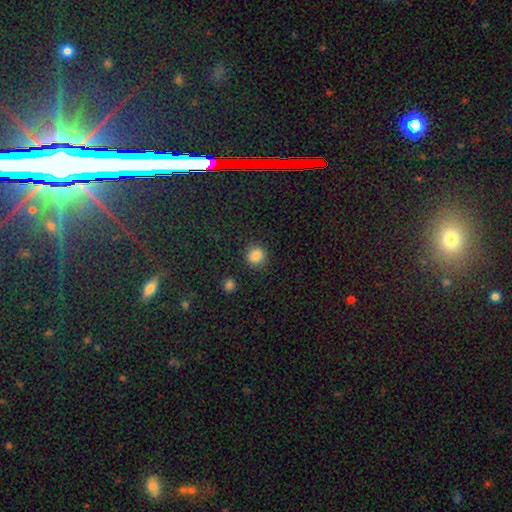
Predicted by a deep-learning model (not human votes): Smooth or featured? smooth (85%)
How rounded? round (88%)
Merging? none (88%)